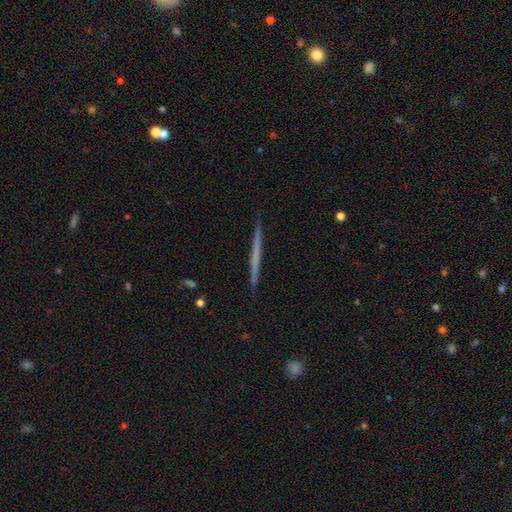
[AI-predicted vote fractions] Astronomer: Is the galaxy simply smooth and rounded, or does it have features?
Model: featured or disk — 54% (runner-up: smooth, 40%).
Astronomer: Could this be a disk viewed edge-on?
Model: yes — 98%.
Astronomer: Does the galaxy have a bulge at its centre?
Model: none — 92%.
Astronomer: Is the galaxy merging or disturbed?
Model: none — 92%.